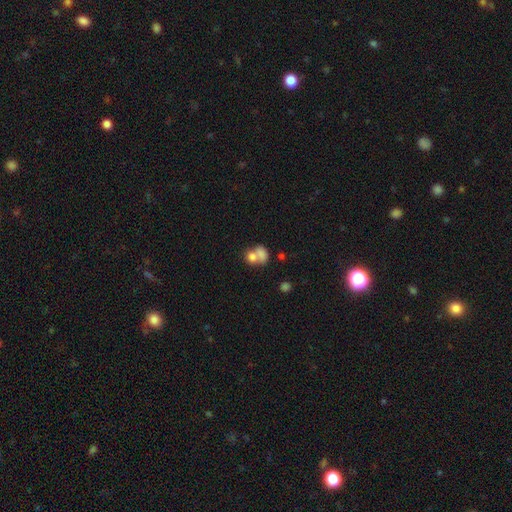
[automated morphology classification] Smooth or featured? Predicted: smooth (p=0.75). How rounded? Predicted: in between (p=0.51). Merging? Predicted: merger (p=0.63).